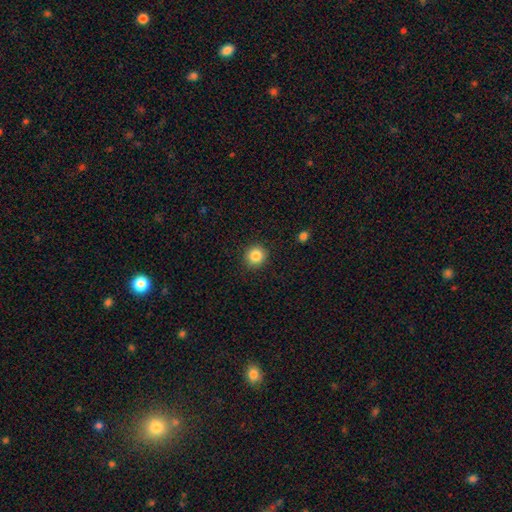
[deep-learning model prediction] This is clearly a smooth galaxy (85%). How rounded: clearly round (92%). Merging: clearly none (91%).